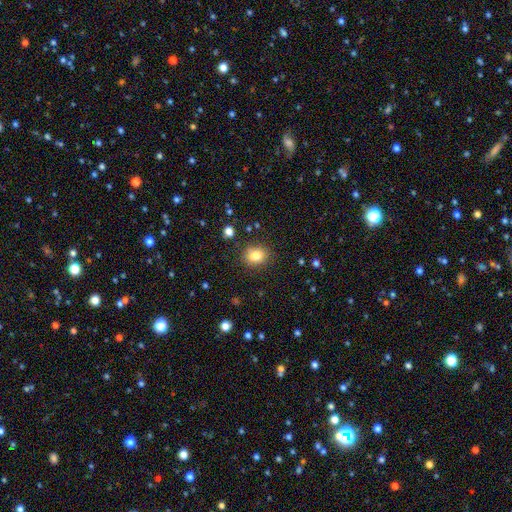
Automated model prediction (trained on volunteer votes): A smooth galaxy with no disk features (81%) that is round (67%).

Vote fractions:
- Smooth or featured? smooth: 81% / star or artifact: 11% / featured or disk: 7%
- How rounded? round: 67% / in between: 33% / cigar-shaped: 1%
- Merging? none: 85% / minor disturbance: 10% / major disturbance: 3% / merger: 2%